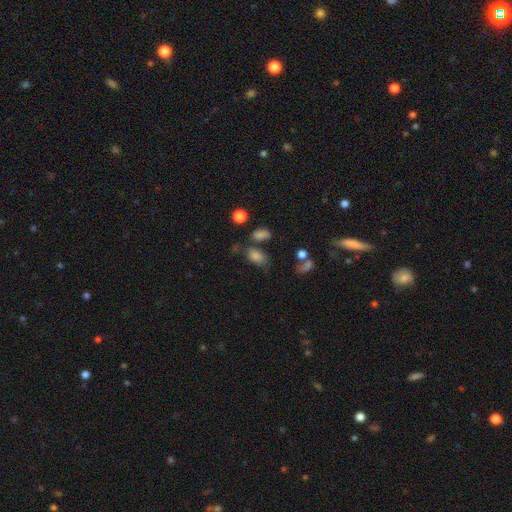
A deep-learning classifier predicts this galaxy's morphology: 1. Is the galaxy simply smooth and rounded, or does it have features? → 78% smooth, 13% star or artifact, 9% featured or disk.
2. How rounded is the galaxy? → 87% in between, 11% round, 2% cigar-shaped.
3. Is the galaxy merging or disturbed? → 57% none, 18% minor disturbance, 16% merger, 9% major disturbance.